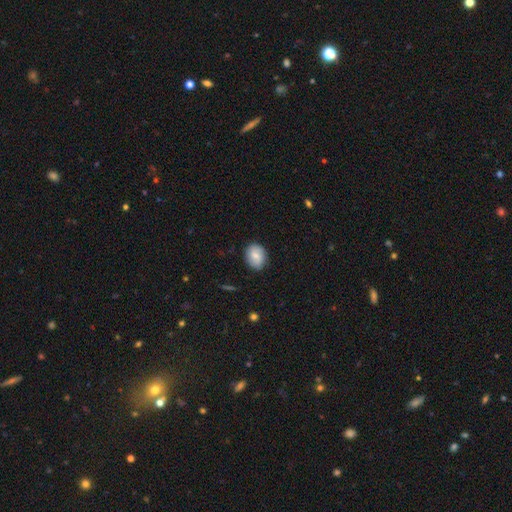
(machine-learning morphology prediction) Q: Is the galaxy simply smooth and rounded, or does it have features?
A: smooth — 77%.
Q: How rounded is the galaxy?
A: round — 51%.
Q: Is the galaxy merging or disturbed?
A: none — 81%.